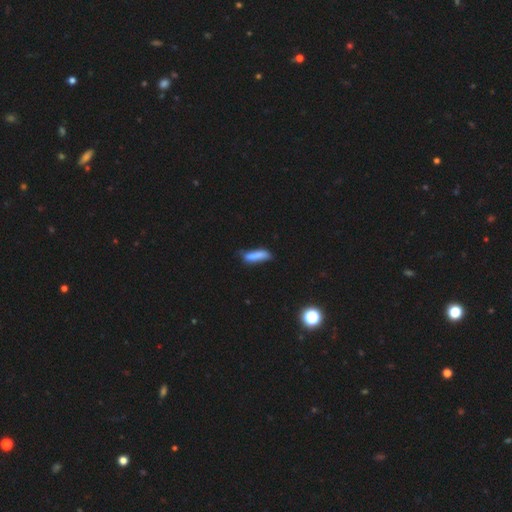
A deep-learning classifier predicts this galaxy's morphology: Overall: smooth (79%). How rounded: cigar-shaped (70%). Merging: none (54%; minor disturbance 33%).